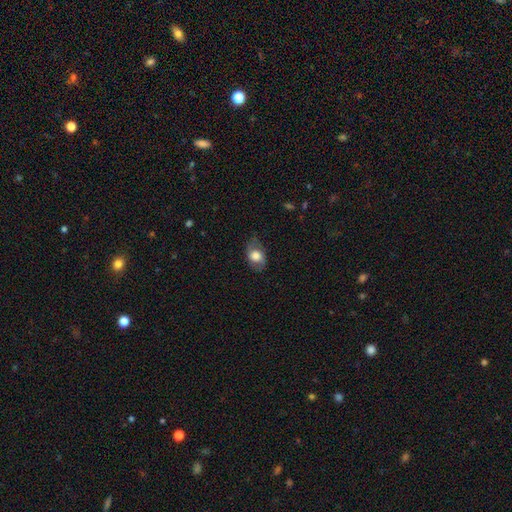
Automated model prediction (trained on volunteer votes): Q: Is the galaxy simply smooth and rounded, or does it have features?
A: smooth — 61%.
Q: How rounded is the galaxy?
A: in between — 78%.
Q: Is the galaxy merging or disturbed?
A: none — 69%.